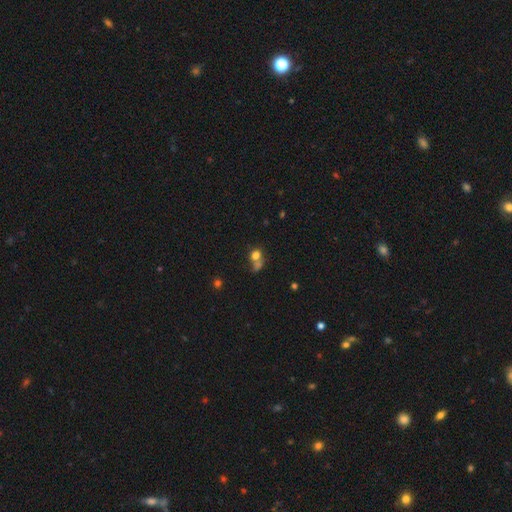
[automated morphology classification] Smooth or featured: smooth — 73% (star or artifact — 15%)
How rounded: round — 73% (in between — 25%)
Merging: merger — 45% (none — 37%)